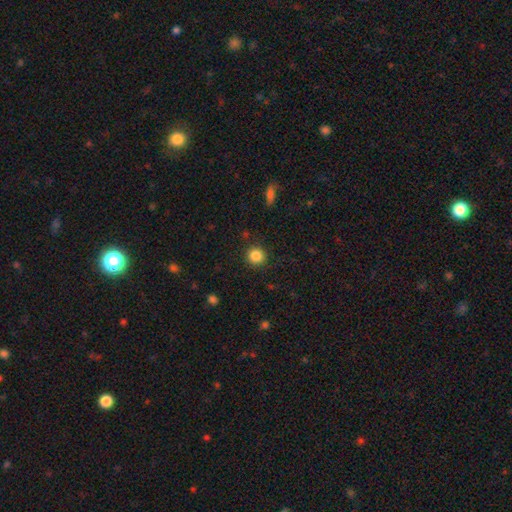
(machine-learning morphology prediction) A smooth galaxy with no disk features (85%) that is round (93%).

Vote fractions:
- Smooth or featured? smooth: 85% / star or artifact: 11% / featured or disk: 4%
- How rounded? round: 93% / in between: 6% / cigar-shaped: 1%
- Merging? none: 91% / minor disturbance: 6% / major disturbance: 2% / merger: 1%